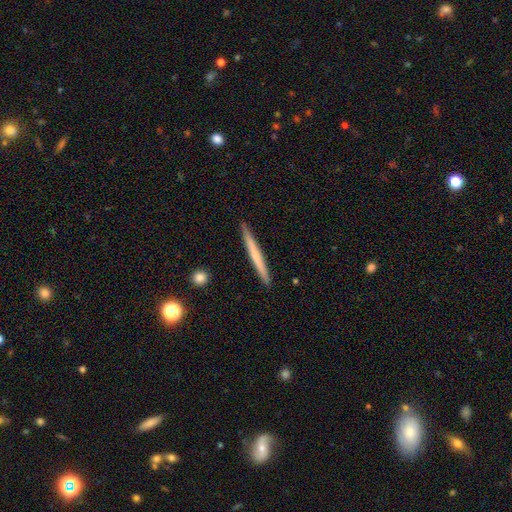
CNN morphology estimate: smooth_or_featured: smooth (p=0.57) [alt: featured or disk p=0.38]
how_rounded: cigar-shaped (p=0.97) [alt: in between p=0.02]
merging: none (p=0.91) [alt: minor disturbance p=0.06]